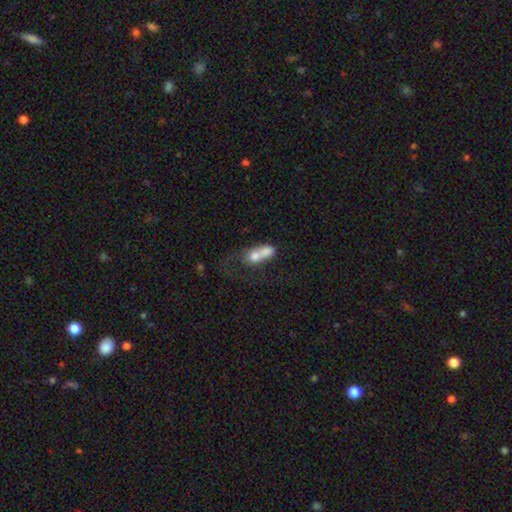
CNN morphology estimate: Overall: smooth (64%; featured or disk 26%). How rounded: in between (67%). Merging: merger (58%).